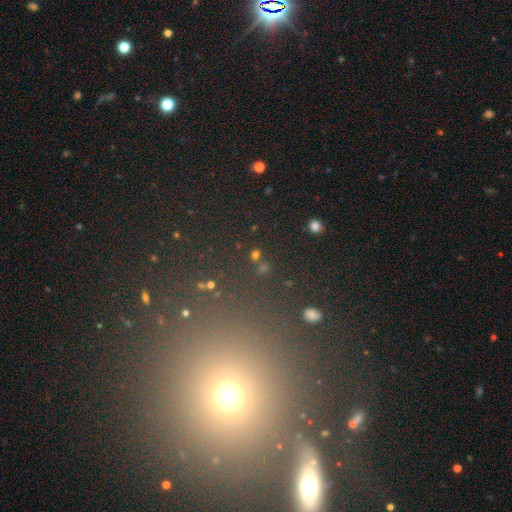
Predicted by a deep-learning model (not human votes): Smooth or featured? Predicted: star or artifact (p=0.47).